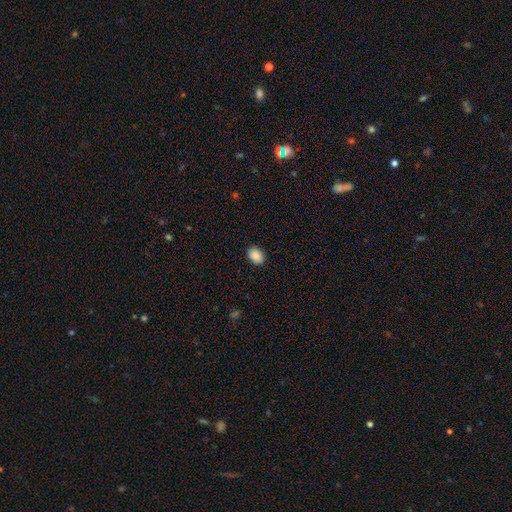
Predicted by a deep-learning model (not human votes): A smooth galaxy with no disk features (89%) that is in between round and cigar-shaped (70%).

Vote fractions:
- Smooth or featured? smooth: 89% / star or artifact: 8% / featured or disk: 3%
- How rounded? in between: 70% / round: 29% / cigar-shaped: 1%
- Merging? none: 89% / minor disturbance: 8% / major disturbance: 2% / merger: 1%